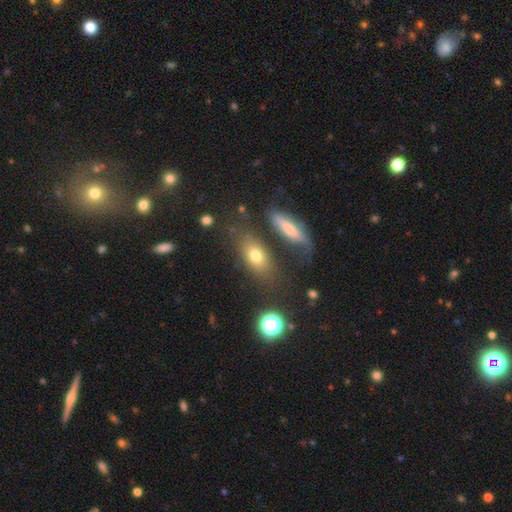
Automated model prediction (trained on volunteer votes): This appears to be a smooth galaxy with no disk features (70%) that is in between round and cigar-shaped (74%). Merging: none (69%).